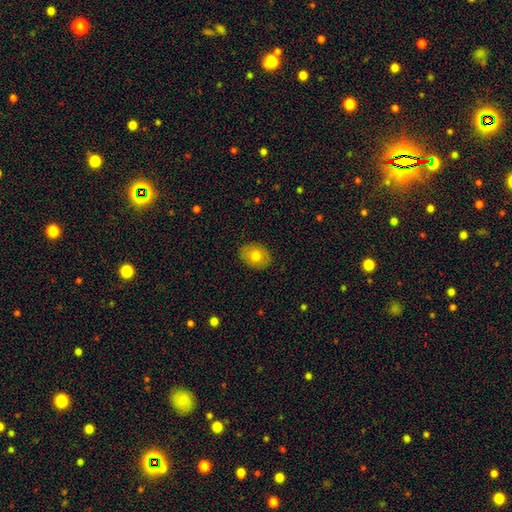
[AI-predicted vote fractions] The model was most divided on "how rounded": in between: 64%, round: 35%, cigar-shaped: 1%. More confident: merging — none (87%); smooth or featured — smooth (72%).